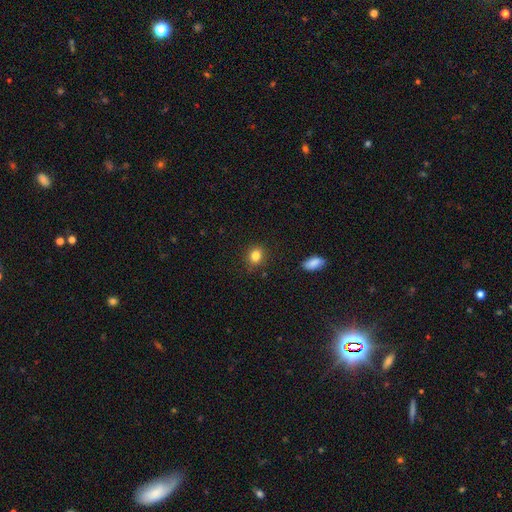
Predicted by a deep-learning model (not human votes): A smooth galaxy with no disk features (83%) that is round (68%).

Vote fractions:
- Smooth or featured? smooth: 83% / star or artifact: 11% / featured or disk: 6%
- How rounded? round: 68% / in between: 31% / cigar-shaped: 1%
- Merging? none: 87% / minor disturbance: 10% / major disturbance: 2% / merger: 2%